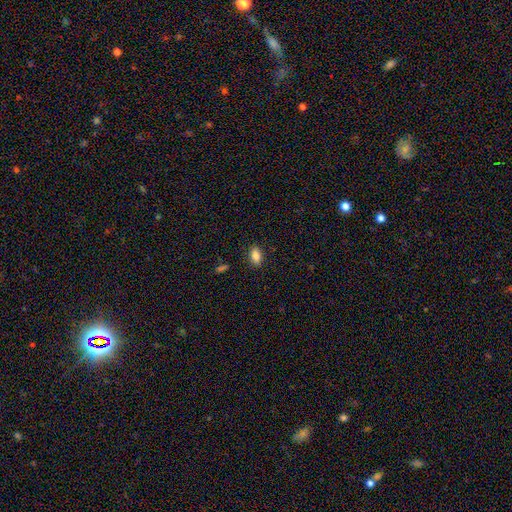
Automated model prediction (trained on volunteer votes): Q: Smooth or featured?
A: smooth (84%); runner-up: star or artifact (9%)
Q: How rounded?
A: in between (88%); runner-up: round (6%)
Q: Merging?
A: none (88%); runner-up: minor disturbance (9%)